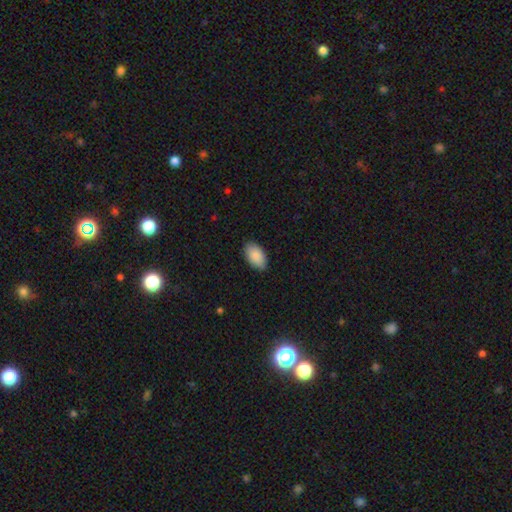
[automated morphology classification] Q: Smooth or featured?
A: smooth (90%); runner-up: star or artifact (6%)
Q: How rounded?
A: in between (95%); runner-up: round (3%)
Q: Merging?
A: none (87%); runner-up: minor disturbance (10%)